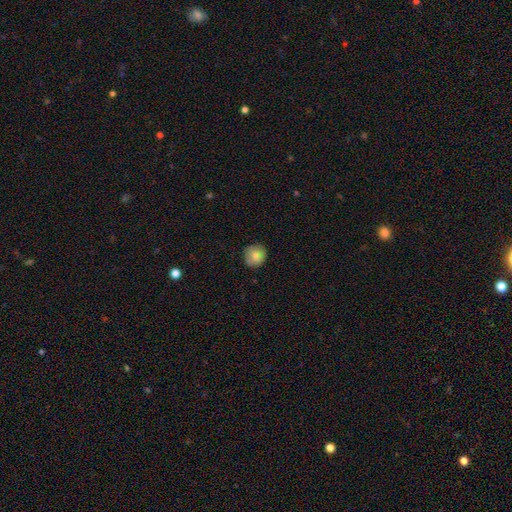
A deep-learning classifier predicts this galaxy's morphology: This is likely a smooth galaxy (76%). How rounded: clearly round (92%). Merging: clearly none (85%).